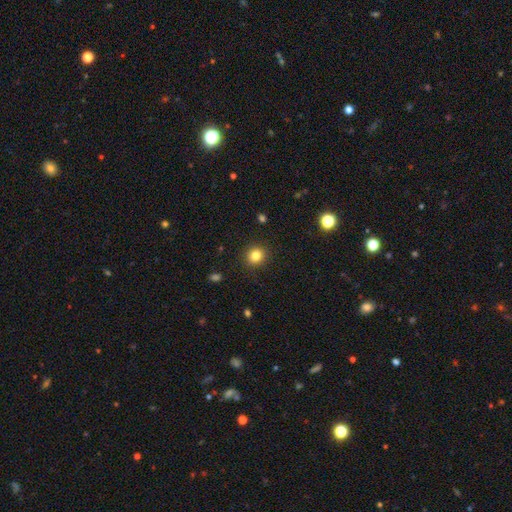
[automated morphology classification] This is clearly a smooth galaxy (82%). How rounded: clearly round (85%). Merging: clearly none (91%).